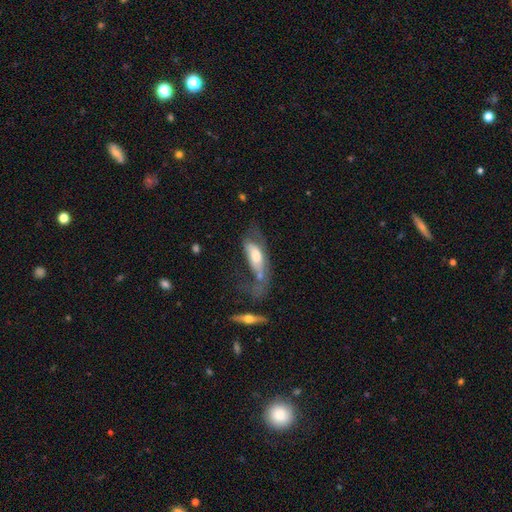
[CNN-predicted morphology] Smooth or featured? featured or disk (47%)
Merging? major disturbance (42%)